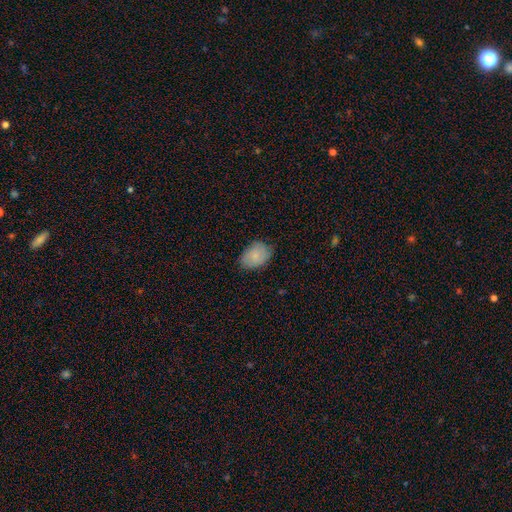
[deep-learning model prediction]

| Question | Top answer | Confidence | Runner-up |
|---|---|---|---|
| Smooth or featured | smooth | 82% | featured or disk (12%) |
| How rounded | in between | 83% | round (16%) |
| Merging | none | 78% | minor disturbance (18%) |